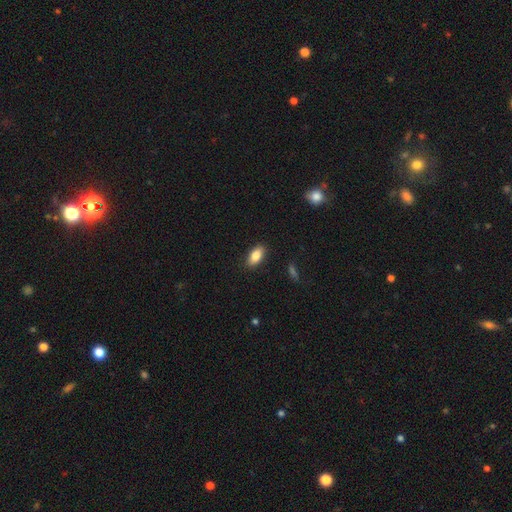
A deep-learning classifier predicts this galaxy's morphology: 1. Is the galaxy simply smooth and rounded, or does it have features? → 86% smooth, 7% star or artifact, 7% featured or disk.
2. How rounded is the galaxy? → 90% in between, 7% cigar-shaped, 3% round.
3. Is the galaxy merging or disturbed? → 88% none, 9% minor disturbance, 2% major disturbance, 1% merger.